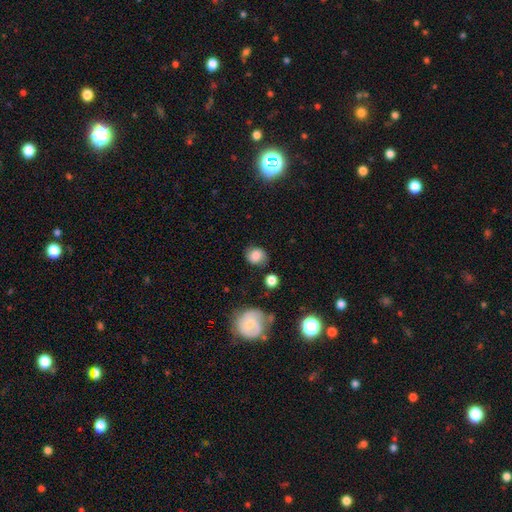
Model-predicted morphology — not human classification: Q: Smooth or featured?
A: smooth (71%); runner-up: featured or disk (19%)
Q: How rounded?
A: round (65%); runner-up: in between (34%)
Q: Merging?
A: none (68%); runner-up: minor disturbance (21%)